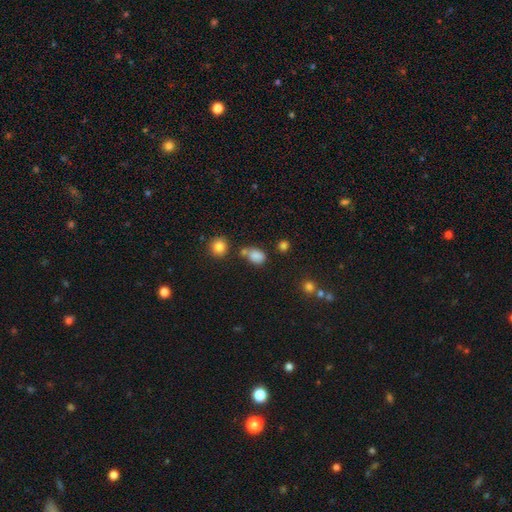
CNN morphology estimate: smooth-or-featured: smooth: 80% | star or artifact: 14% | featured or disk: 7%
  how-rounded: in between: 72% | round: 26% | cigar-shaped: 2%
  merging: none: 51% | merger: 22% | minor disturbance: 20% | major disturbance: 7%